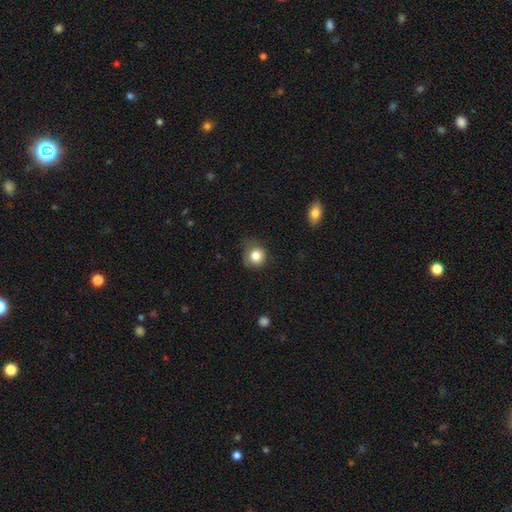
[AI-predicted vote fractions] The model was most divided on "merging": none: 57%, minor disturbance: 30%, major disturbance: 11%, merger: 2%. More confident: how rounded — round (84%); smooth or featured — smooth (82%).